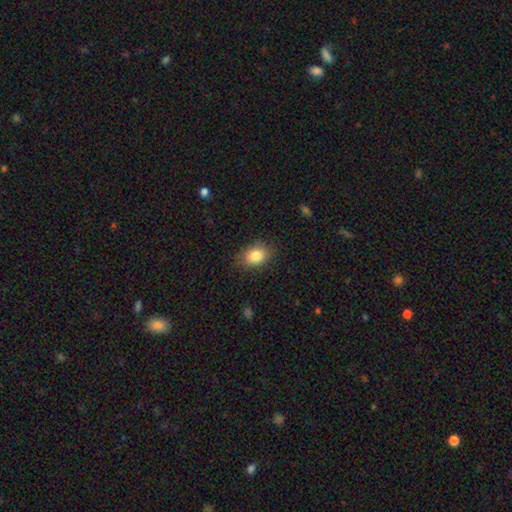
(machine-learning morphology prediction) Smooth or featured? Predicted: smooth (p=0.85). How rounded? Predicted: in between (p=0.67). Merging? Predicted: none (p=0.82).